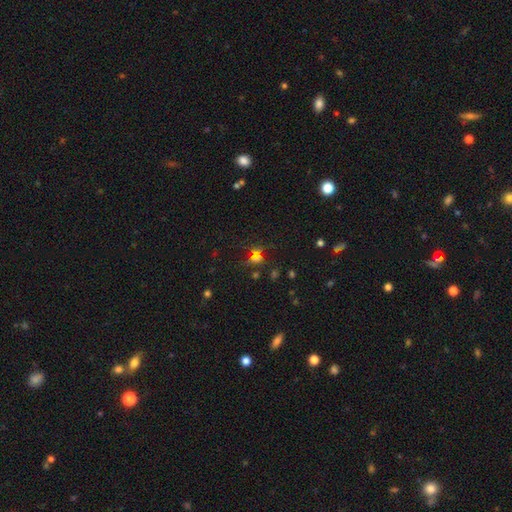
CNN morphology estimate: smooth_or_featured: smooth (p=0.42) [alt: star or artifact p=0.40]
merging: none (p=0.51) [alt: merger p=0.17]